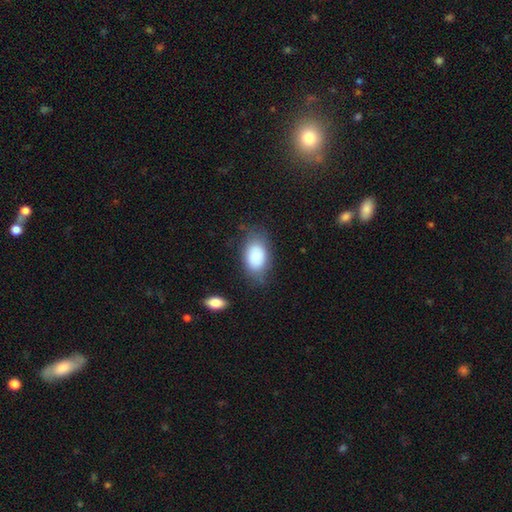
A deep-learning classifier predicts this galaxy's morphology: This is clearly a smooth galaxy (86%). How rounded: clearly in between (89%). Merging: likely none (68%).